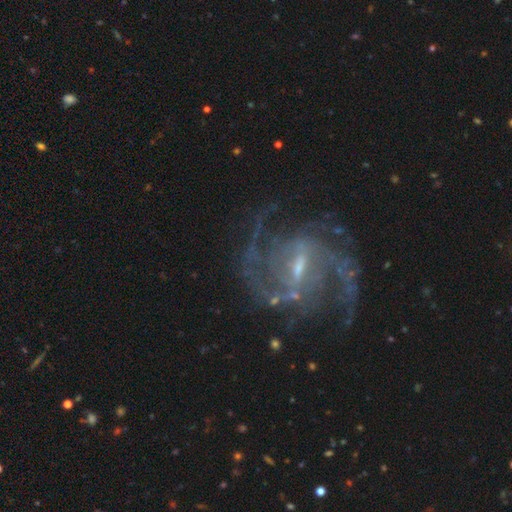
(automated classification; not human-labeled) Smooth or featured? Predicted: featured or disk (p=0.91). Edge-on disk? Predicted: no (p=0.98). Bar? Predicted: weak (p=0.50). Spiral arms? Predicted: yes (p=0.98). Spiral winding? Predicted: medium (p=0.57). Spiral arm count? Predicted: 2 (p=0.56). Bulge size? Predicted: small (p=0.62). Merging? Predicted: none (p=0.73).